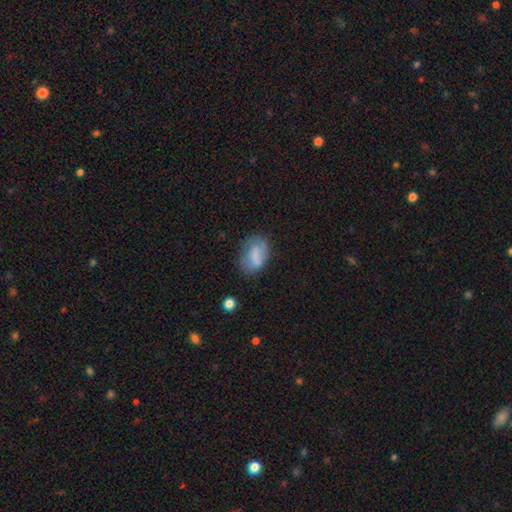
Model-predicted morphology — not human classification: Smooth or featured? Predicted: smooth (p=0.66). How rounded? Predicted: in between (p=0.84). Merging? Predicted: none (p=0.59).